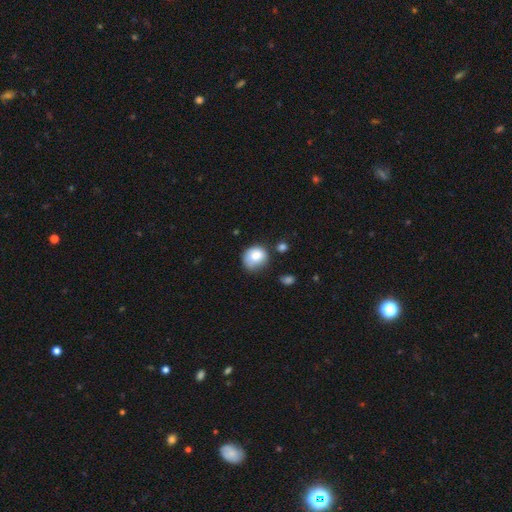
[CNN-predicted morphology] Q: Smooth or featured?
A: smooth (82%); runner-up: featured or disk (9%)
Q: How rounded?
A: round (71%); runner-up: in between (28%)
Q: Merging?
A: none (51%); runner-up: minor disturbance (33%)